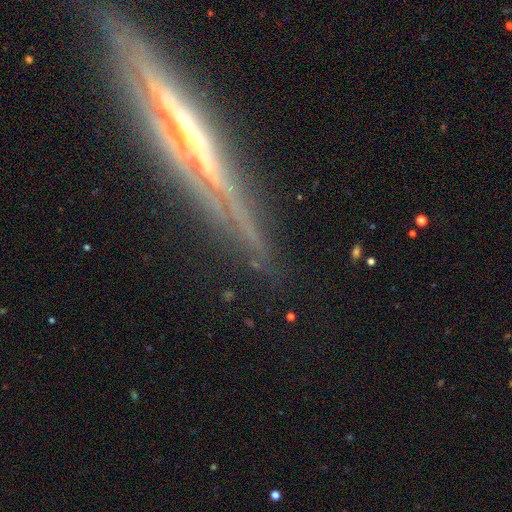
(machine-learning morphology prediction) The model was most divided on "edge-on bulge": rounded: 46%, none: 42%, boxy: 12%. More confident: edge-on disk — yes (91%); merging — none (83%); smooth or featured — featured or disk (77%).